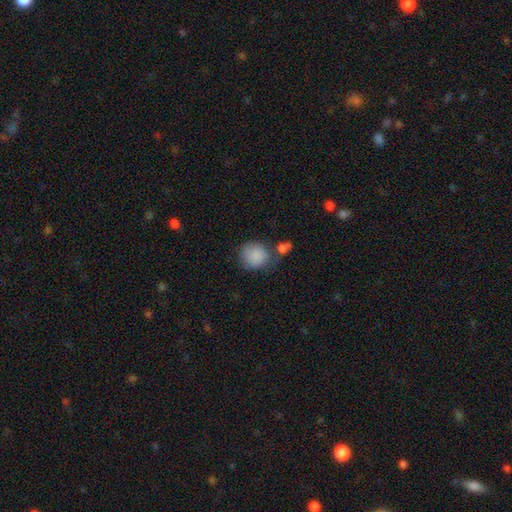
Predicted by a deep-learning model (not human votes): The model was most divided on "merging": none: 57%, minor disturbance: 19%, merger: 16%, major disturbance: 7%. More confident: smooth or featured — smooth (85%); how rounded — round (82%).